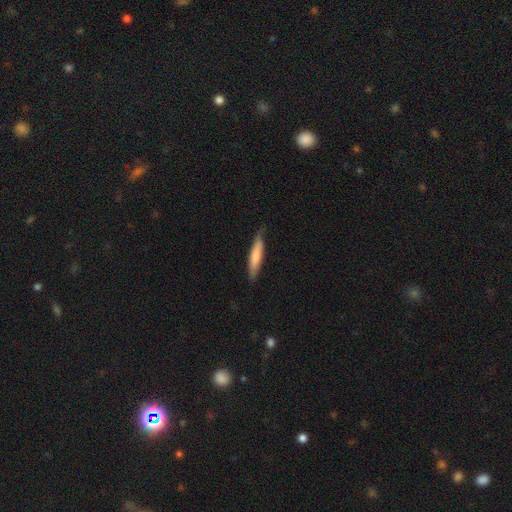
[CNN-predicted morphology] smooth-or-featured: smooth: 73% | featured or disk: 22% | star or artifact: 5%
  how-rounded: cigar-shaped: 85% | in between: 14% | round: 1%
  merging: none: 74% | minor disturbance: 22% | major disturbance: 3% | merger: 1%